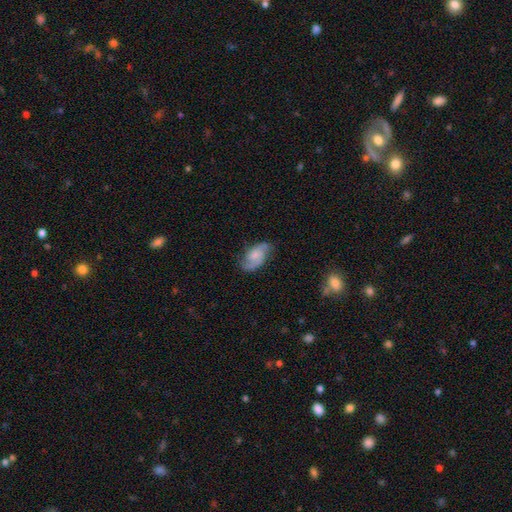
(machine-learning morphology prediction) Q: Smooth or featured?
A: featured or disk (64%); runner-up: smooth (29%)
Q: Edge-on disk?
A: no (96%); runner-up: yes (4%)
Q: Bar?
A: no (65%); runner-up: weak (31%)
Q: Spiral arms?
A: yes (93%); runner-up: no (7%)
Q: Spiral winding?
A: medium (48%); runner-up: loose (28%)
Q: Spiral arm count?
A: 2 (83%); runner-up: can't tell (9%)
Q: Bulge size?
A: small (46%); runner-up: moderate (31%)
Q: Merging?
A: none (67%); runner-up: minor disturbance (23%)